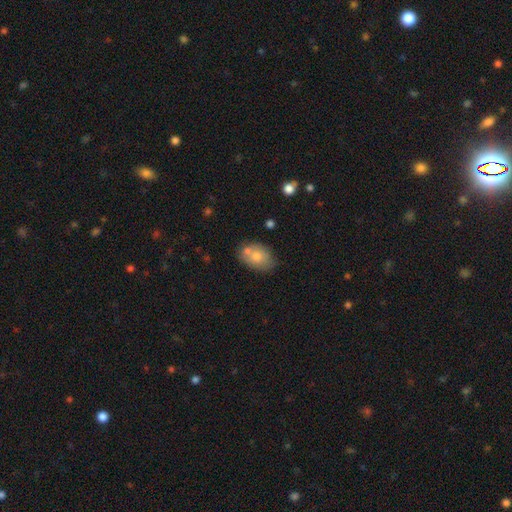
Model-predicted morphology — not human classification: smooth 75%, featured or disk 18%, star or artifact 7%. Down the decision tree: how rounded — in between (84%); merging — none (58%).